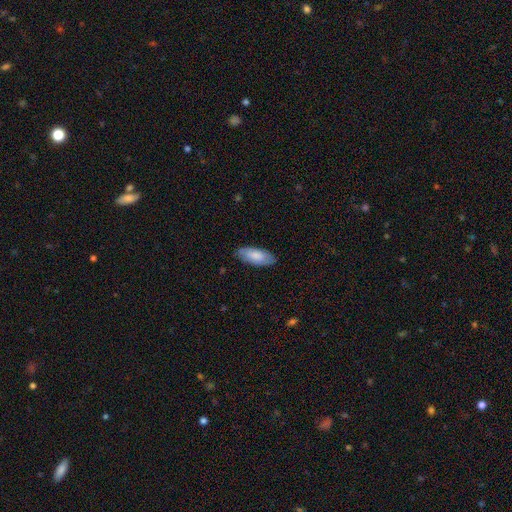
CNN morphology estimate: Smooth or featured?
  - smooth: 81% *
  - featured or disk: 13%
  - star or artifact: 5%
How rounded?
  - in between: 83% *
  - cigar-shaped: 15%
  - round: 2%
Merging?
  - none: 84% *
  - minor disturbance: 13%
  - major disturbance: 2%
  - merger: 1%